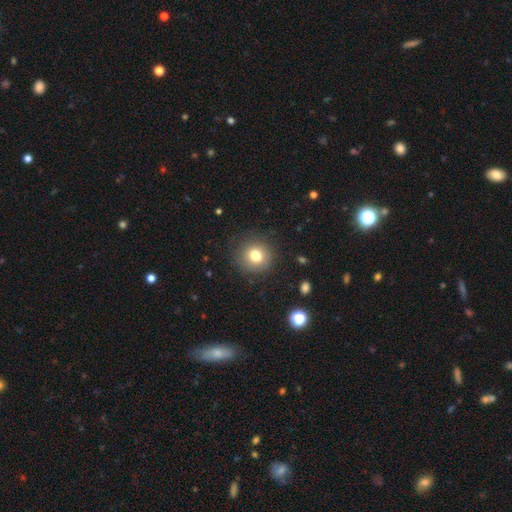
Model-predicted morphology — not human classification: smooth-or-featured: smooth: 77% | featured or disk: 12% | star or artifact: 12%
  how-rounded: round: 92% | in between: 7% | cigar-shaped: 1%
  merging: none: 85% | minor disturbance: 10% | major disturbance: 4% | merger: 1%